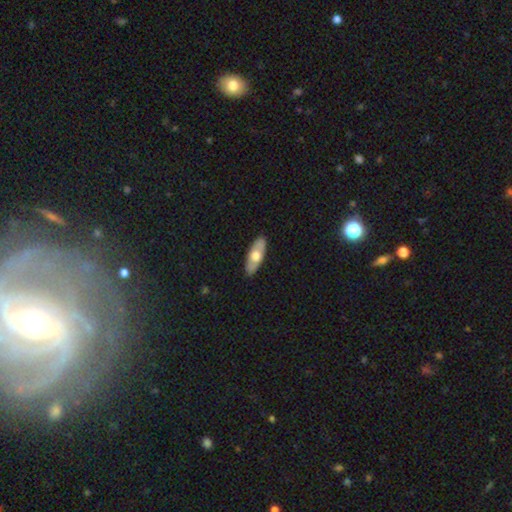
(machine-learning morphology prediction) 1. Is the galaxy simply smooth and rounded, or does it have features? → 54% smooth, 40% featured or disk, 5% star or artifact.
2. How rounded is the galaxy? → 70% in between, 27% cigar-shaped, 3% round.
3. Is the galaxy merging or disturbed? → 87% none, 10% minor disturbance, 2% major disturbance, 1% merger.